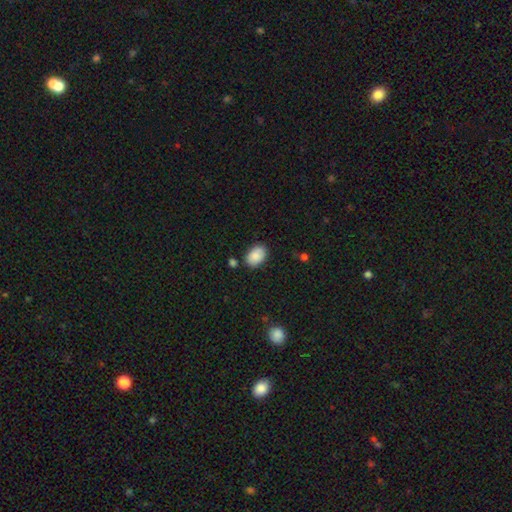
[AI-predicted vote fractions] The model was most divided on "merging": none: 79%, minor disturbance: 14%, merger: 4%, major disturbance: 3%. More confident: smooth or featured — smooth (88%); how rounded — in between (85%).